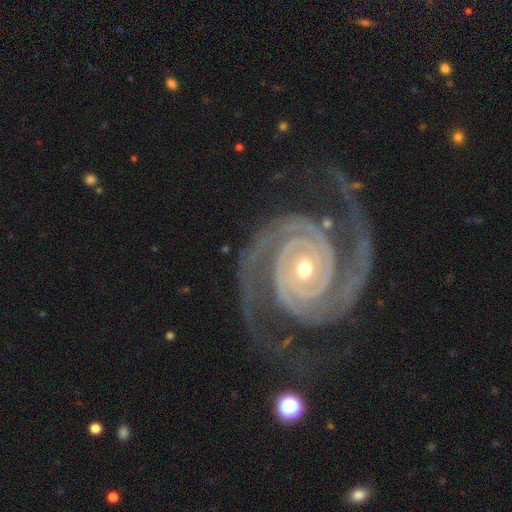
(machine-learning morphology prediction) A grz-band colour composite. It shows a featured or disk galaxy (94%) with no bar (62%), 2 (89%) tight (73%) spiral arms (99%) and a small central bulge (48%, tied with moderate). Merging: none (76%).